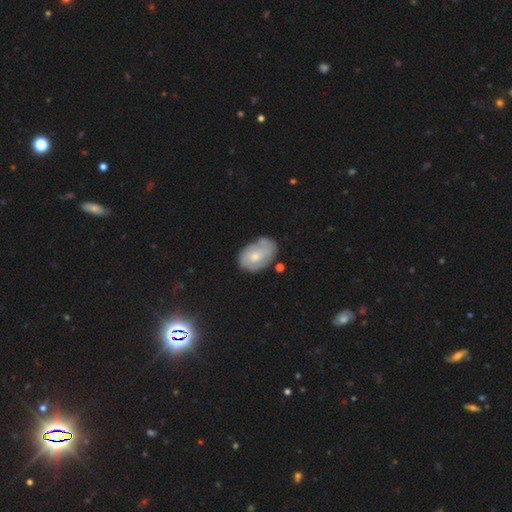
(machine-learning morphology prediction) Overall: featured or disk (52%; smooth 42%). Edge-on disk: no (96%). Merging: none (55%; minor disturbance 29%).